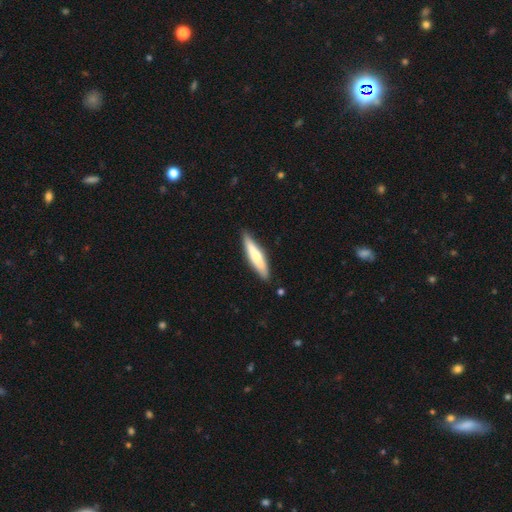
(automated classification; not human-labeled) This is possibly a smooth galaxy (55%). How rounded: clearly cigar-shaped (84%). Merging: clearly none (87%).